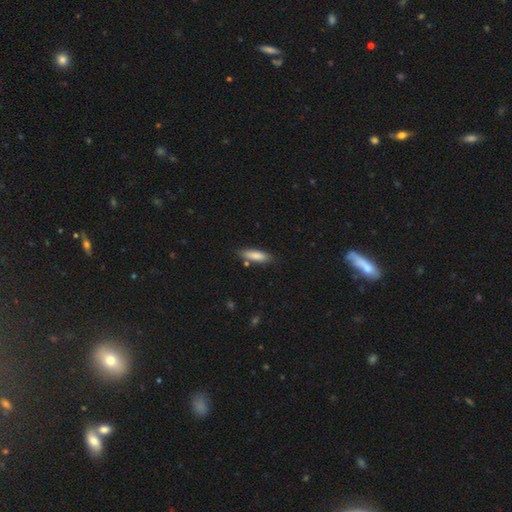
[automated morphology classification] Smooth or featured?
  - smooth: 84% *
  - featured or disk: 10%
  - star or artifact: 6%
How rounded?
  - cigar-shaped: 57% *
  - in between: 41%
  - round: 2%
Merging?
  - none: 79% *
  - minor disturbance: 15%
  - merger: 4%
  - major disturbance: 3%